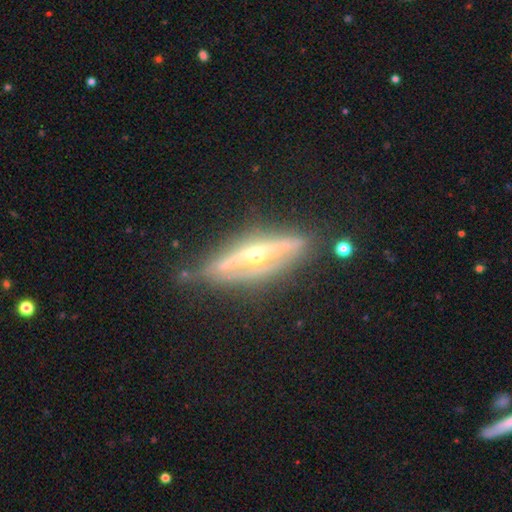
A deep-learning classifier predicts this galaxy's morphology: This is clearly a featured or disk galaxy (83%). It is clearly viewed edge-on (90%). Edge-on bulge: clearly rounded (86%). Merging: likely none (78%).